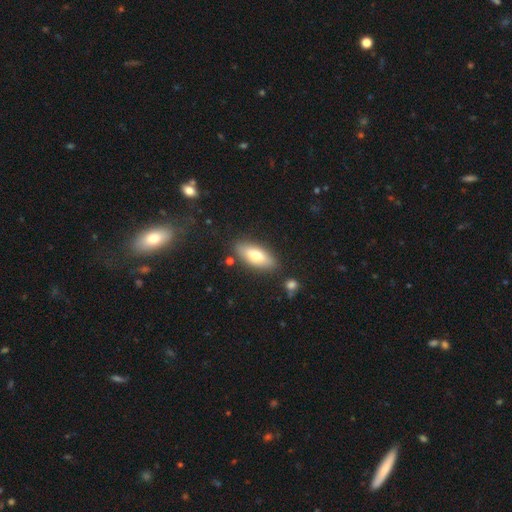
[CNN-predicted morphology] The model was most divided on "smooth or featured": smooth: 72%, featured or disk: 22%, star or artifact: 6%. More confident: merging — none (82%); how rounded — in between (79%).